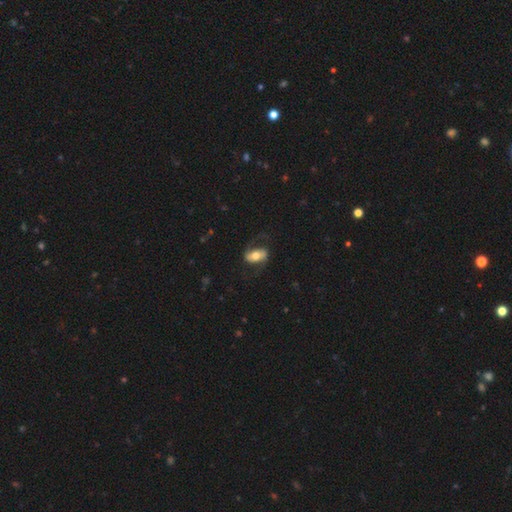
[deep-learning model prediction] Smooth or featured? Predicted: featured or disk (p=0.55). Edge-on disk? Predicted: no (p=0.93). Bar? Predicted: no (p=0.38). Spiral arms? Predicted: yes (p=0.79). Bulge size? Predicted: moderate (p=0.64). Merging? Predicted: none (p=0.66).